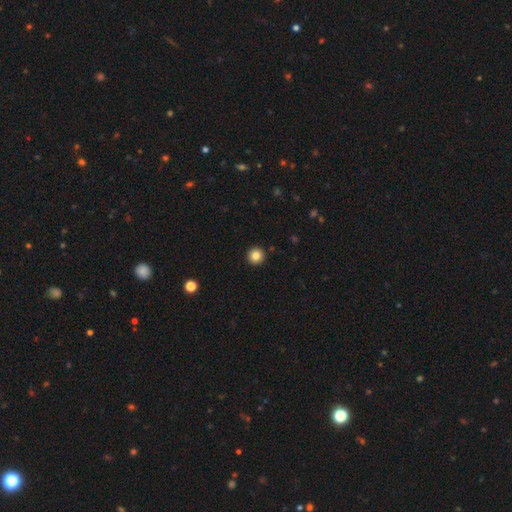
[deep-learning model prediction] Smooth or featured?
  - smooth: 84% *
  - star or artifact: 10%
  - featured or disk: 6%
How rounded?
  - round: 96% *
  - in between: 3%
  - cigar-shaped: 1%
Merging?
  - none: 94% *
  - minor disturbance: 4%
  - major disturbance: 1%
  - merger: 1%